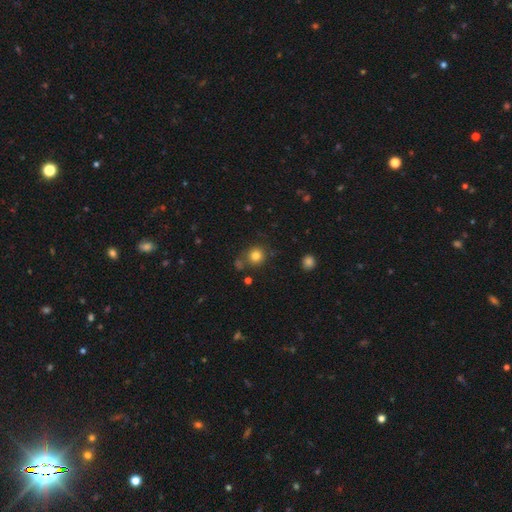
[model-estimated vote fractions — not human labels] Smooth or featured? Predicted: smooth (p=0.81). How rounded? Predicted: round (p=0.90). Merging? Predicted: none (p=0.78).